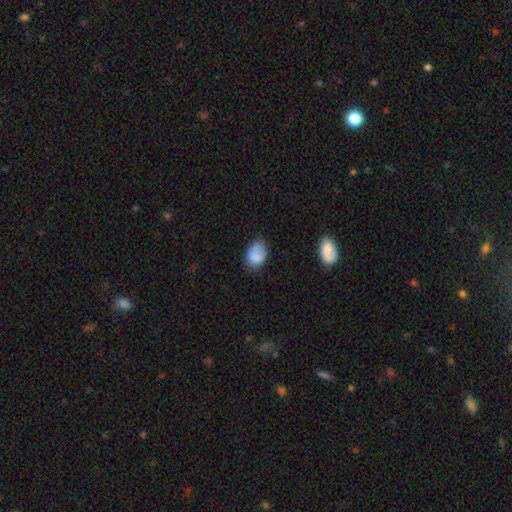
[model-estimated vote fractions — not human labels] Smooth or featured?
  - smooth: 82% *
  - featured or disk: 9%
  - star or artifact: 9%
How rounded?
  - in between: 75% *
  - round: 24%
  - cigar-shaped: 1%
Merging?
  - none: 58% *
  - minor disturbance: 31%
  - major disturbance: 8%
  - merger: 3%